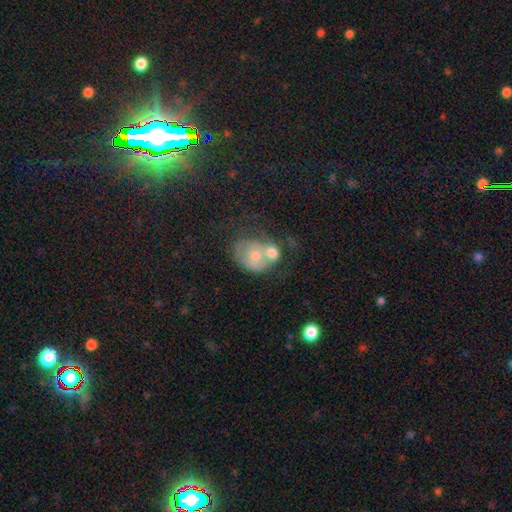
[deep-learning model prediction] Smooth or featured? Predicted: featured or disk (p=0.47). Merging? Predicted: merger (p=0.57).